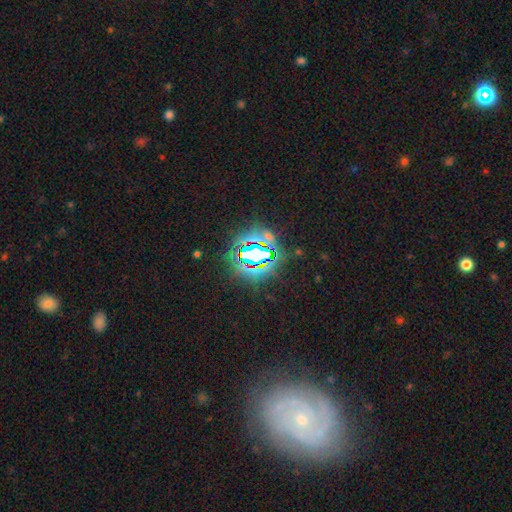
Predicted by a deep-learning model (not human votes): Smooth or featured? Predicted: star or artifact (p=0.77).